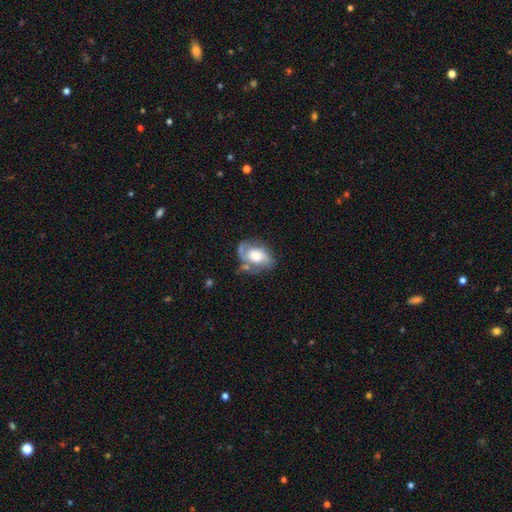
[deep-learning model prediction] Smooth or featured?
  - featured or disk: 68% *
  - smooth: 25%
  - star or artifact: 7%
Edge-on disk?
  - no: 96% *
  - yes: 4%
Bar?
  - no: 63% *
  - weak: 29%
  - strong: 8%
Spiral arms?
  - yes: 85% *
  - no: 15%
Spiral winding?
  - medium: 45% *
  - loose: 29%
  - tight: 26%
Spiral arm count?
  - 2: 76% *
  - can't tell: 10%
  - 1: 9%
  - 3: 3%
  - 4: 1%
  - more than 4: 1%
Bulge size?
  - large: 49% *
  - moderate: 34%
  - small: 7%
  - dominant: 7%
  - none: 4%
Merging?
  - none: 53% *
  - minor disturbance: 26%
  - major disturbance: 15%
  - merger: 6%